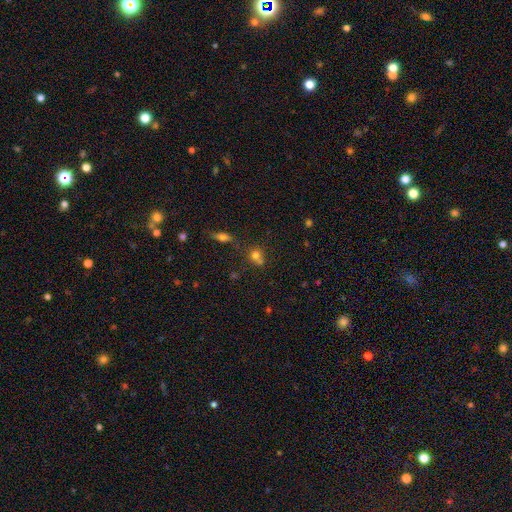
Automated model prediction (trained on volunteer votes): smooth-or-featured: smooth: 71% | star or artifact: 17% | featured or disk: 12%
  how-rounded: round: 78% | in between: 20% | cigar-shaped: 2%
  merging: none: 46% | merger: 38% | minor disturbance: 11% | major disturbance: 5%